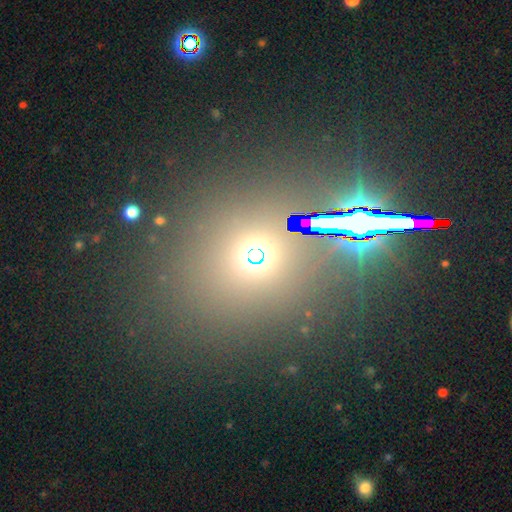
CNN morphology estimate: This is possibly a star or artifact rather than a galaxy (51%).